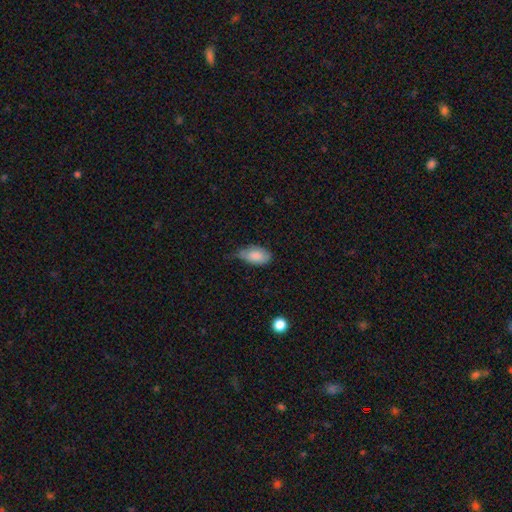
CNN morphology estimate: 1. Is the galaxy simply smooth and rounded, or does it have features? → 83% smooth, 10% featured or disk, 7% star or artifact.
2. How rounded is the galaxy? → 92% in between, 4% round, 3% cigar-shaped.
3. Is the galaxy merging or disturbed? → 48% minor disturbance, 38% none, 12% major disturbance, 2% merger.